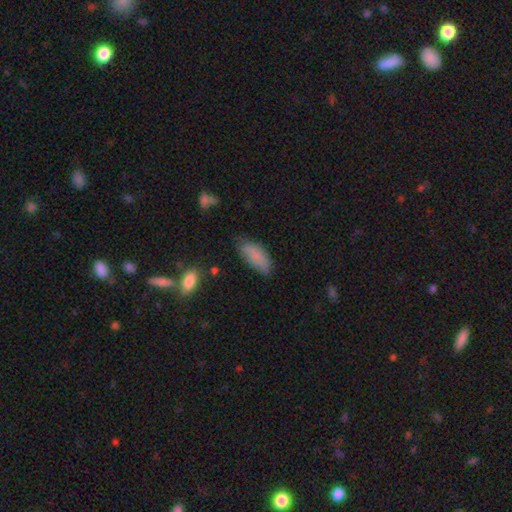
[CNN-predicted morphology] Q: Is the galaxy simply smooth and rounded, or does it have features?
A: smooth — 85%.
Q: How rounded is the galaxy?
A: in between — 80%.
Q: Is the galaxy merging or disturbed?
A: none — 69%.